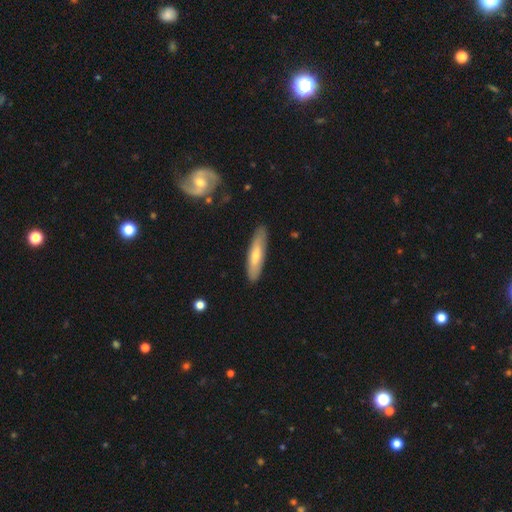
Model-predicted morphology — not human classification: smooth 60%, featured or disk 35%, star or artifact 5%. Down the decision tree: how rounded — cigar-shaped (74%); merging — none (86%).